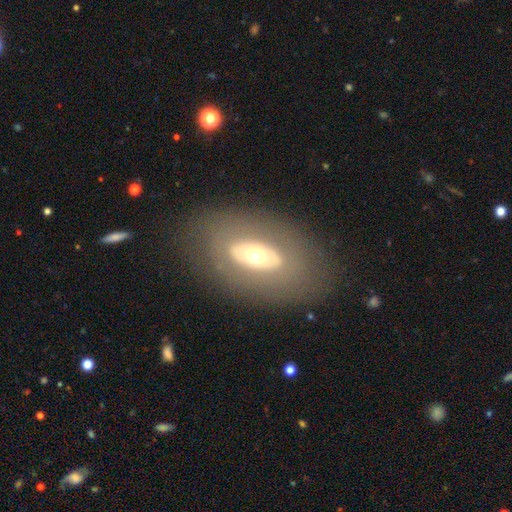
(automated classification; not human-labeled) A featured or disk galaxy (53%). Merging: none (80%).